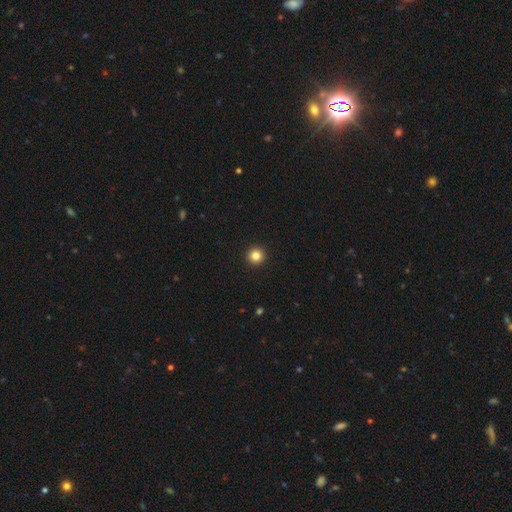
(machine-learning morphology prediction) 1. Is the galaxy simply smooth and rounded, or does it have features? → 84% smooth, 11% star or artifact, 4% featured or disk.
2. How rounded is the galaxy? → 96% round, 3% in between, 1% cigar-shaped.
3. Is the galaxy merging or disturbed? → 94% none, 3% minor disturbance, 1% major disturbance, 1% merger.